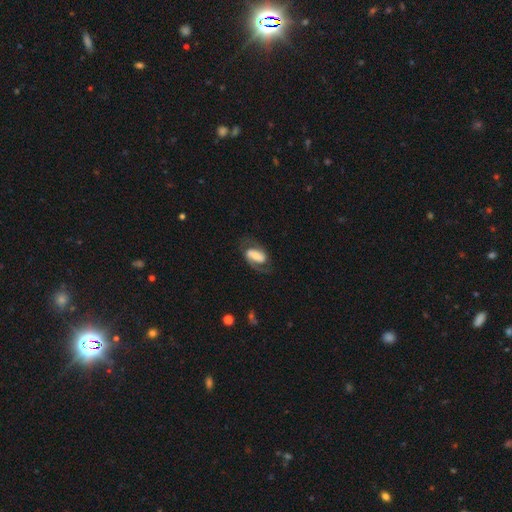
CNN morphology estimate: A featured or disk galaxy (70%) with a strong bar (38%), 2 (86%) medium (49%) spiral arms (88%) and a moderate central bulge (40%).

Vote fractions:
- Smooth or featured? featured or disk: 70% / smooth: 24% / star or artifact: 7%
- Edge-on disk? no: 96% / yes: 4%
- Bar? strong: 38% / weak: 37% / no: 26%
- Spiral arms? yes: 88% / no: 12%
- Spiral winding? medium: 49% / loose: 29% / tight: 22%
- Spiral arm count? 2: 86% / can't tell: 6% / 1: 5% / 3: 1% / 4: 1% / more than 4: 1%
- Bulge size? moderate: 40% / small: 33% / large: 17% / none: 7% / dominant: 3%
- Merging? none: 64% / minor disturbance: 19% / major disturbance: 15% / merger: 2%